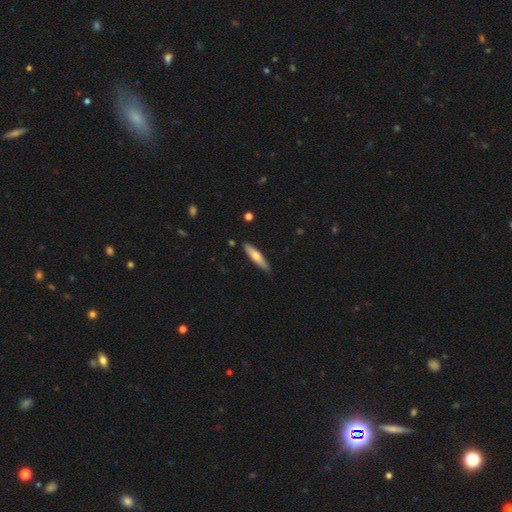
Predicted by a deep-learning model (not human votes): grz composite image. It shows a smooth galaxy with no disk features (60%) that is cigar-shaped (81%). Merging: none (86%).